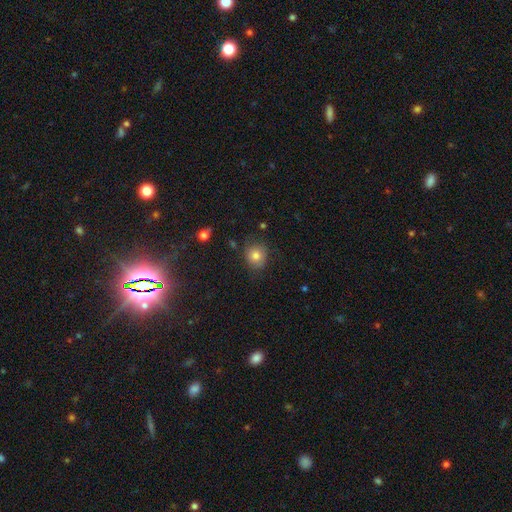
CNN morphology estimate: smooth_or_featured: smooth (p=0.77) [alt: featured or disk p=0.12]
how_rounded: round (p=0.78) [alt: in between p=0.21]
merging: none (p=0.75) [alt: minor disturbance p=0.18]